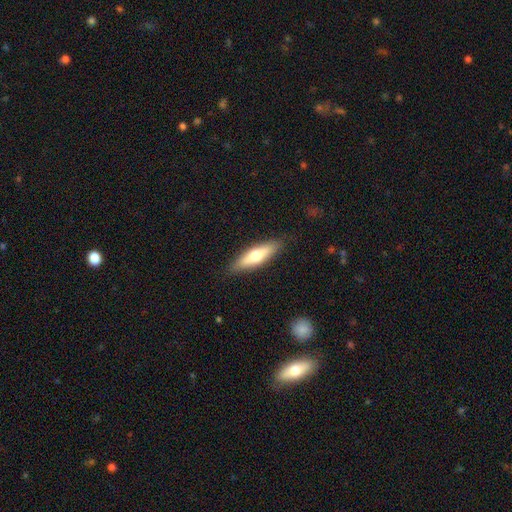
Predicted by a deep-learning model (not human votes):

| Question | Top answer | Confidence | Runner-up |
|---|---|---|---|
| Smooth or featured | smooth | 57% | featured or disk (37%) |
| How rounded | cigar-shaped | 65% | in between (33%) |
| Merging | none | 87% | minor disturbance (9%) |